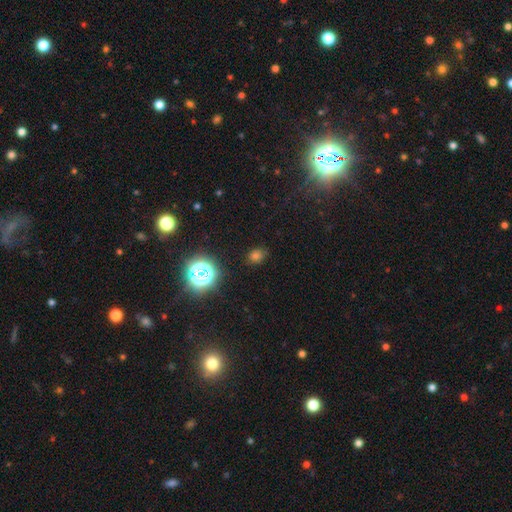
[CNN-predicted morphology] smooth 59%, star or artifact 35%, featured or disk 6%. Down the decision tree: how rounded — round (68%); merging — none (83%).